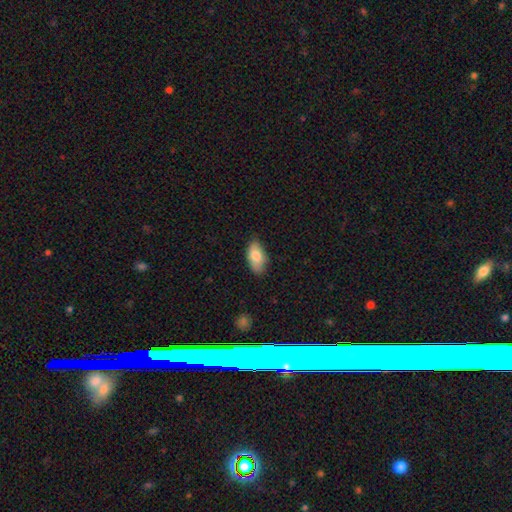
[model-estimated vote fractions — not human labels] Smooth or featured: smooth — 79% (featured or disk — 14%)
How rounded: in between — 92% (cigar-shaped — 4%)
Merging: none — 79% (minor disturbance — 17%)